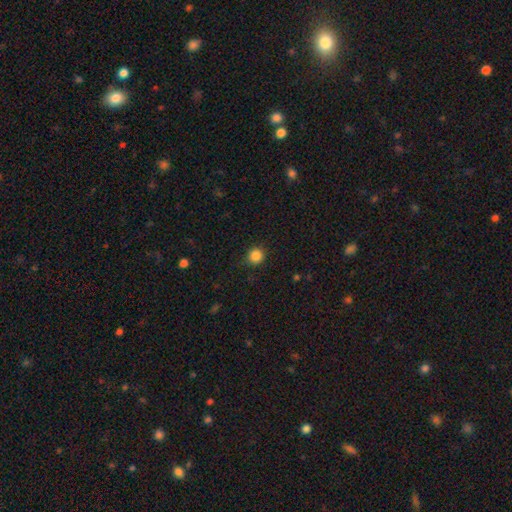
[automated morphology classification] smooth_or_featured: smooth (p=0.85) [alt: star or artifact p=0.11]
how_rounded: round (p=0.92) [alt: in between p=0.07]
merging: none (p=0.86) [alt: minor disturbance p=0.10]